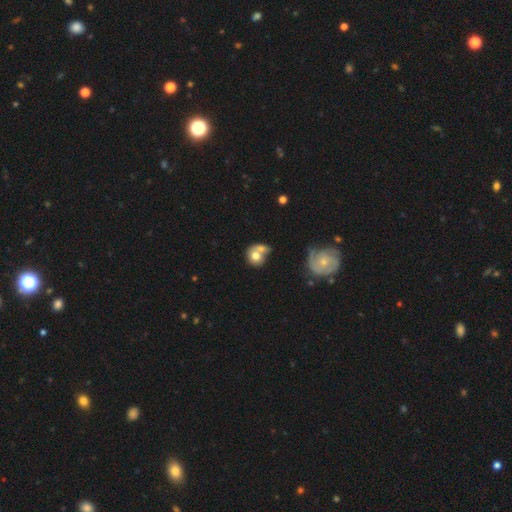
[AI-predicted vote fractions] Morphology: type=smooth (69%); roundness=round (78%); merging=merger (49%).